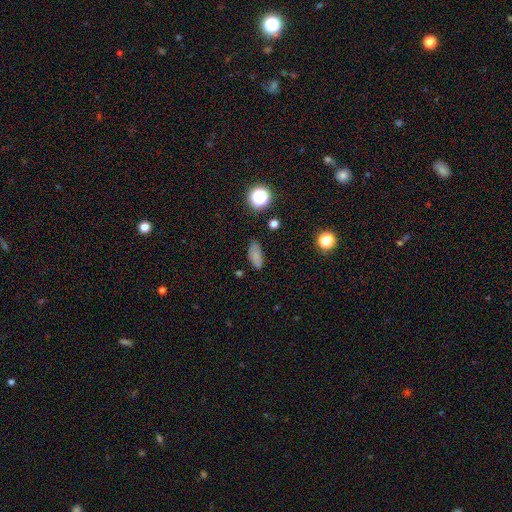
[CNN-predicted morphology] Overall: smooth (77%). How rounded: in between (85%). Merging: none (77%).